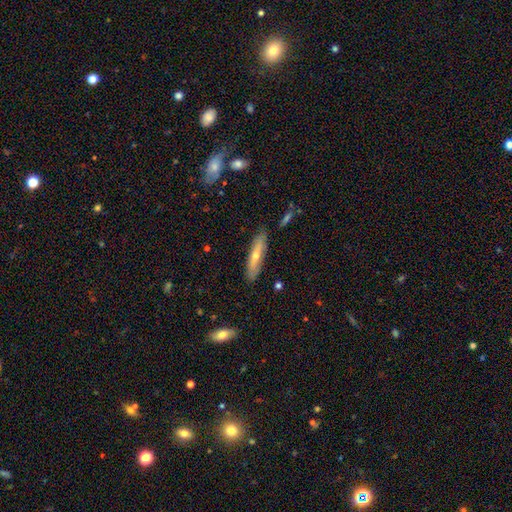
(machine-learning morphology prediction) This is possibly a featured or disk galaxy (52%). It is likely viewed edge-on (70%). Merging: clearly none (84%).